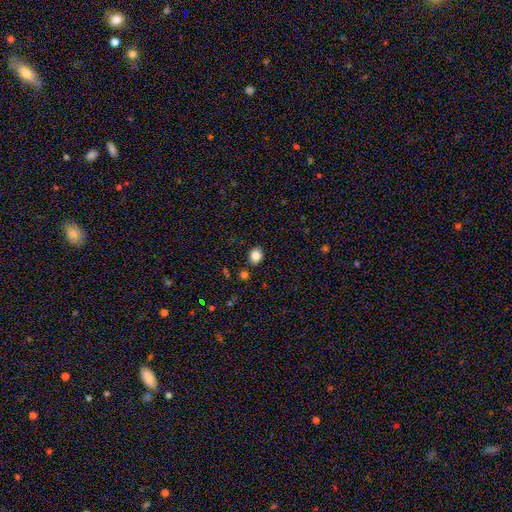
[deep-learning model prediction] smooth-or-featured: smooth: 84% | star or artifact: 10% | featured or disk: 5%
  how-rounded: round: 57% | in between: 42% | cigar-shaped: 1%
  merging: none: 87% | minor disturbance: 8% | merger: 3% | major disturbance: 2%